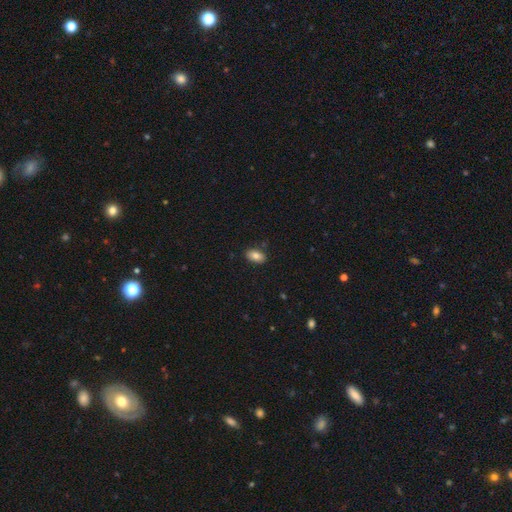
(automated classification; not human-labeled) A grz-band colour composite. It shows a smooth galaxy with no disk features (82%) that is in between round and cigar-shaped (92%). Merging: none (87%).